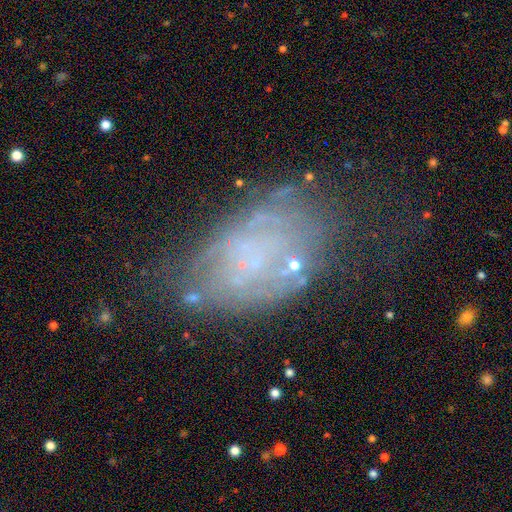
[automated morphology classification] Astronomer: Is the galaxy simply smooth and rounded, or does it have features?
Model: featured or disk — 52% (runner-up: smooth, 31%).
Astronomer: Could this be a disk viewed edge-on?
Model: no — 95%.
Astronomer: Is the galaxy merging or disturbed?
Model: none — 42% (runner-up: major disturbance, 26%).